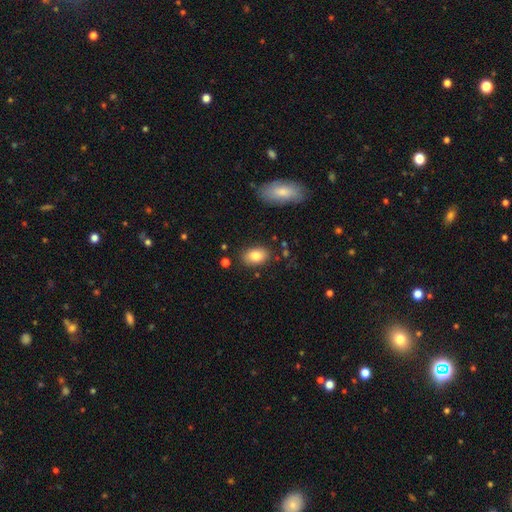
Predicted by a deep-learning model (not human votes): A smooth galaxy with no disk features (82%) that is in between round and cigar-shaped (88%). Merging: none (83%).